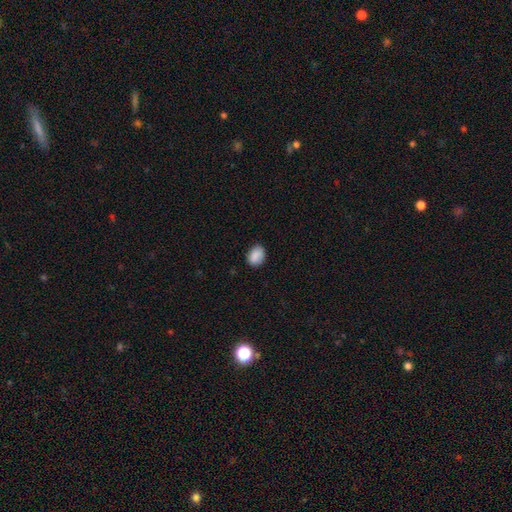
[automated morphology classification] type=smooth (87%); roundness=in between (65%); merging=none (82%).